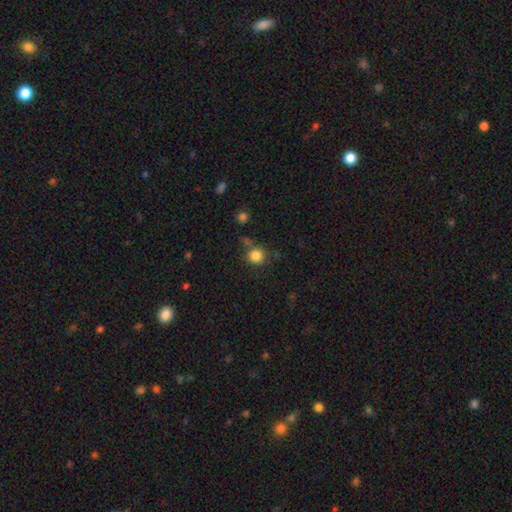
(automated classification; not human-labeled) Smooth or featured? smooth (84%)
How rounded? round (89%)
Merging? none (71%)